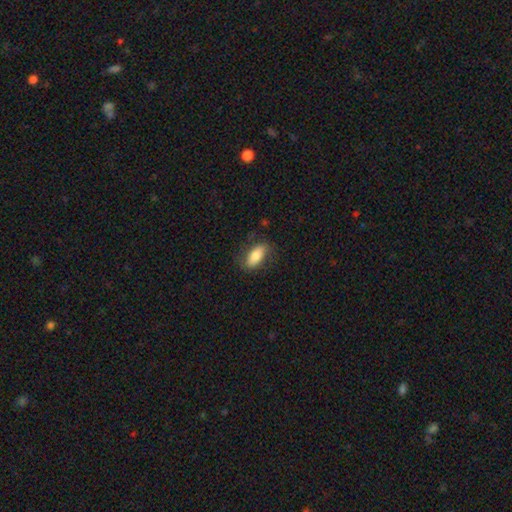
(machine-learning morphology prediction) A smooth galaxy with no disk features (75%) that is in between round and cigar-shaped (84%).

Vote fractions:
- Smooth or featured? smooth: 75% / featured or disk: 18% / star or artifact: 7%
- How rounded? in between: 84% / cigar-shaped: 13% / round: 4%
- Merging? none: 75% / minor disturbance: 17% / major disturbance: 6% / merger: 1%